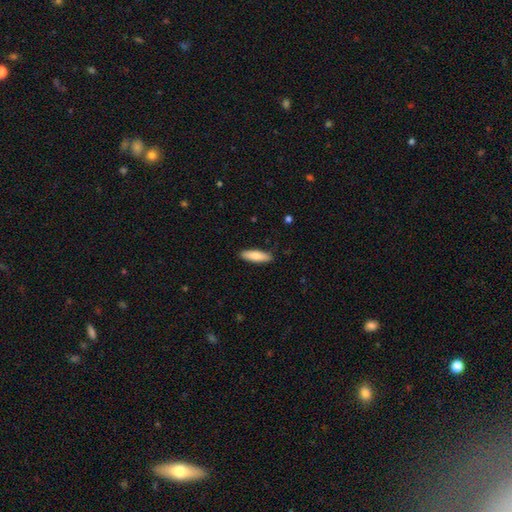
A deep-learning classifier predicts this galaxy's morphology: type=smooth (82%); roundness=cigar-shaped (58%); merging=none (89%).